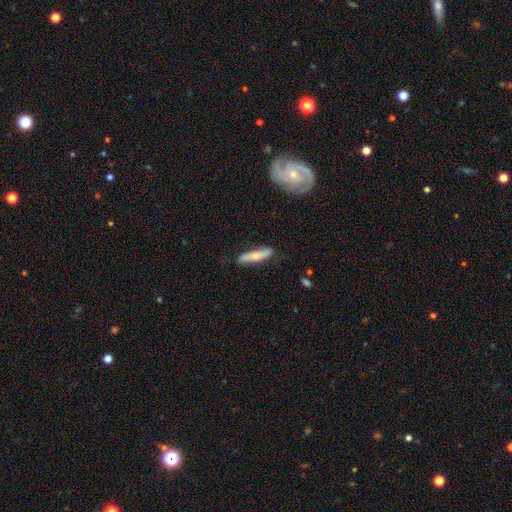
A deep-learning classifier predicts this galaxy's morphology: smooth 61%, featured or disk 33%, star or artifact 6%. Down the decision tree: how rounded — cigar-shaped (78%); merging — none (83%).